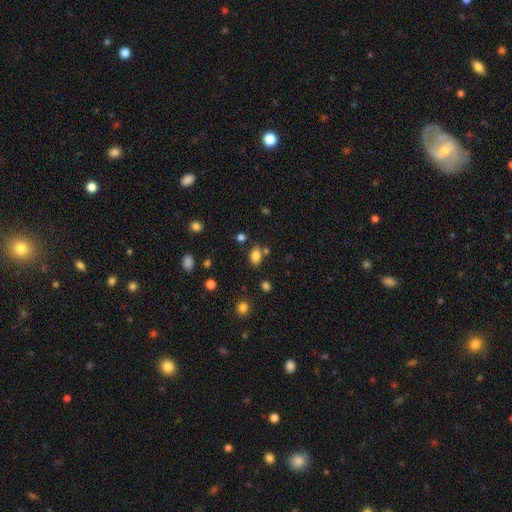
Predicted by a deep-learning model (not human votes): This appears to be a smooth galaxy with no disk features (82%) that is in between round and cigar-shaped (82%). Merging: none (72%).